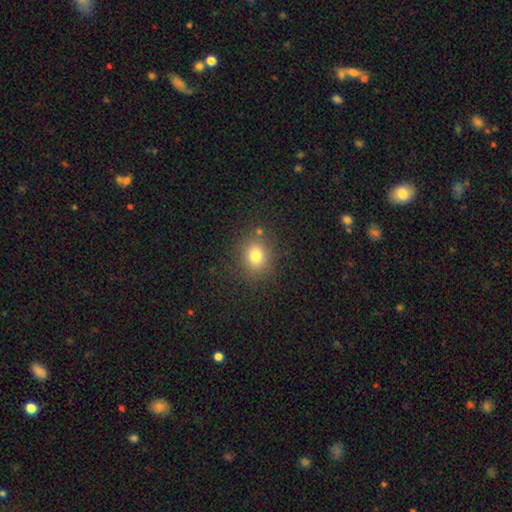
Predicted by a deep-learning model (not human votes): This appears to be a smooth galaxy with no disk features (78%) that is round (72%). Merging: none (83%).